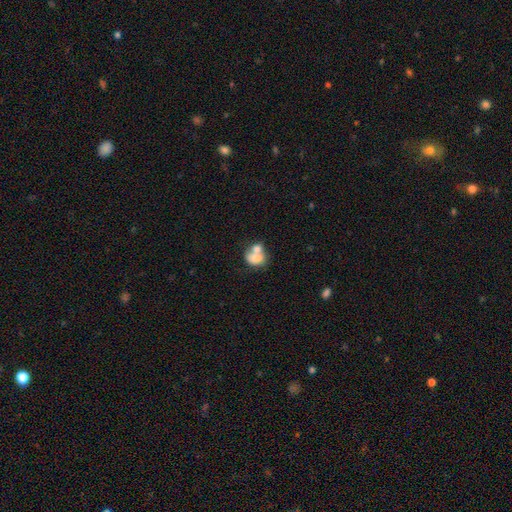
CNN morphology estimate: Smooth or featured? Predicted: smooth (p=0.71). How rounded? Predicted: in between (p=0.53). Merging? Predicted: merger (p=0.63).